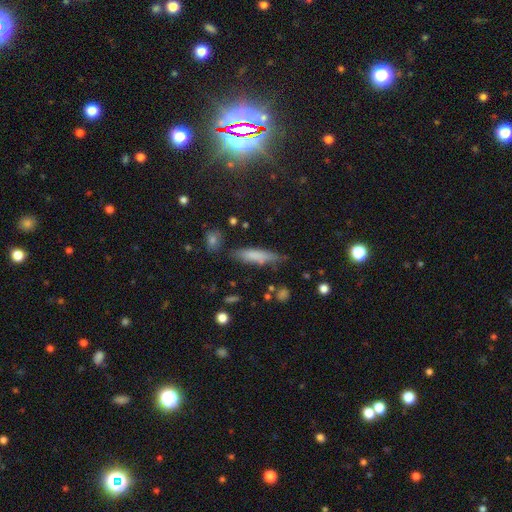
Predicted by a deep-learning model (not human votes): This is likely a smooth galaxy (74%). How rounded: likely cigar-shaped (72%). Merging: likely none (67%).